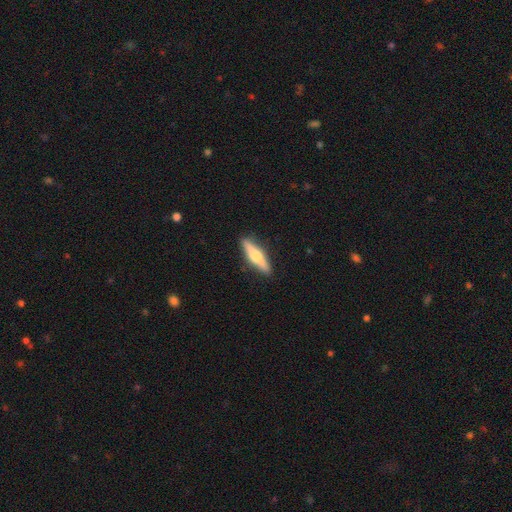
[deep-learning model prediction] The model was most divided on "smooth or featured": featured or disk: 54%, smooth: 41%, star or artifact: 5%. More confident: edge-on disk — yes (95%); edge-on bulge — rounded (92%); merging — none (90%).